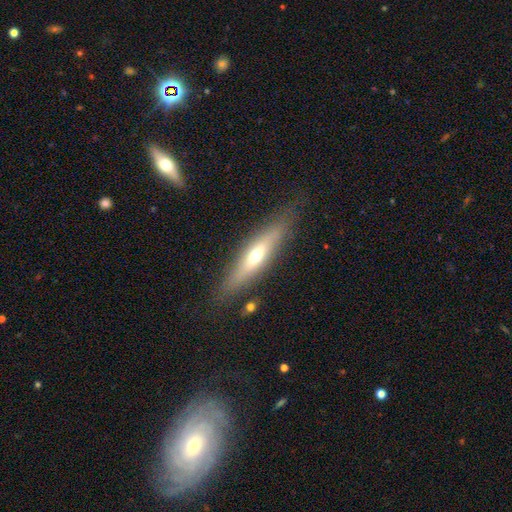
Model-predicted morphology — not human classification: Smooth or featured?
  - featured or disk: 51% *
  - smooth: 42%
  - star or artifact: 7%
Edge-on disk?
  - yes: 82% *
  - no: 18%
Merging?
  - none: 81% *
  - minor disturbance: 13%
  - major disturbance: 4%
  - merger: 2%